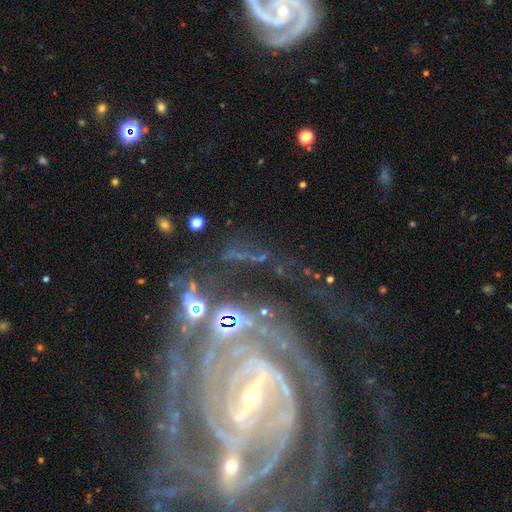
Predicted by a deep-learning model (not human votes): The model was most divided on "spiral arm count": 2: 33%, can't tell: 18%, 3: 18%, 4: 13%, more than 4: 9%, 1: 8%. Remaining: spiral arms — yes (97%); edge-on disk — no (97%); smooth or featured — featured or disk (91%); bulge size — small (79%); spiral winding — tight (68%); bar — strong (58%); merging — none (42%).